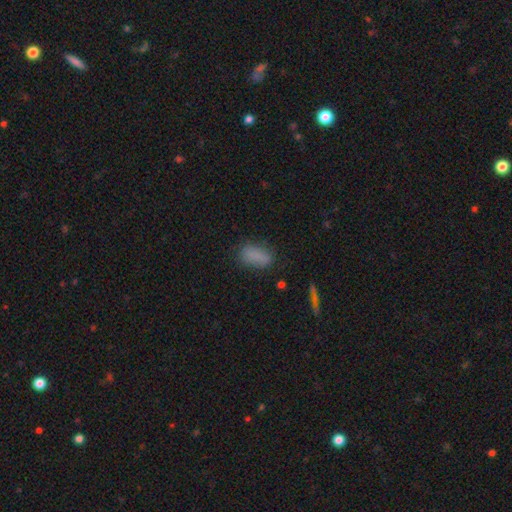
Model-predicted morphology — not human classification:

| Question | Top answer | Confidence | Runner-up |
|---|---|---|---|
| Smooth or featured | smooth | 85% | star or artifact (10%) |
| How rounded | in between | 86% | cigar-shaped (9%) |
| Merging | none | 75% | minor disturbance (18%) |